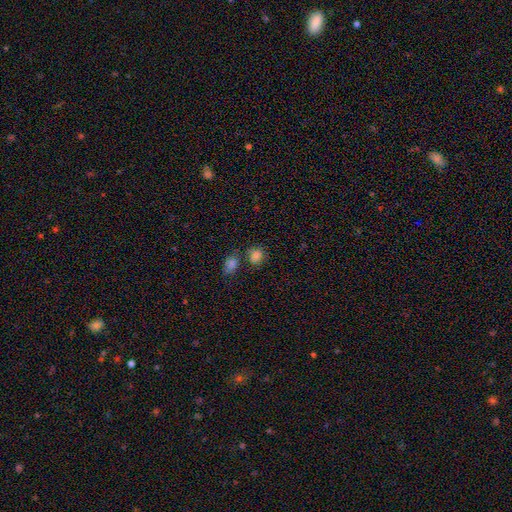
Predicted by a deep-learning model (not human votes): The model was most divided on "merging": none: 63%, merger: 18%, minor disturbance: 14%, major disturbance: 5%. More confident: smooth or featured — smooth (80%); how rounded — round (75%).